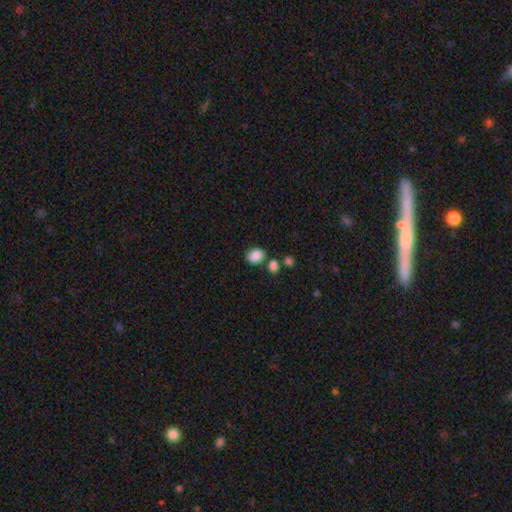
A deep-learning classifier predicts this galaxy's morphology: smooth_or_featured: smooth (p=0.87) [alt: star or artifact p=0.09]
how_rounded: in between (p=0.60) [alt: round p=0.39]
merging: none (p=0.67) [alt: merger p=0.15]